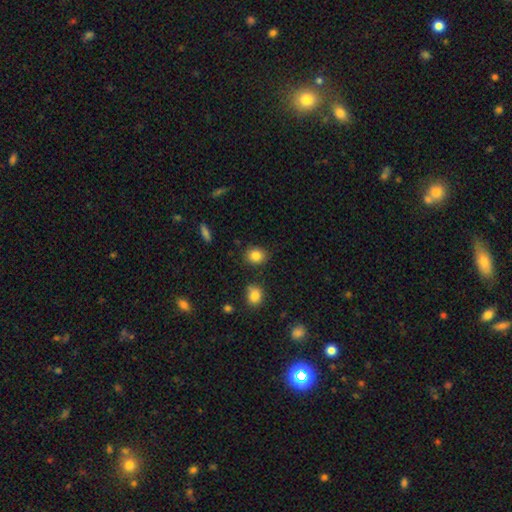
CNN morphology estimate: A smooth galaxy with no disk features (85%) that is round (66%). Merging: none (84%).